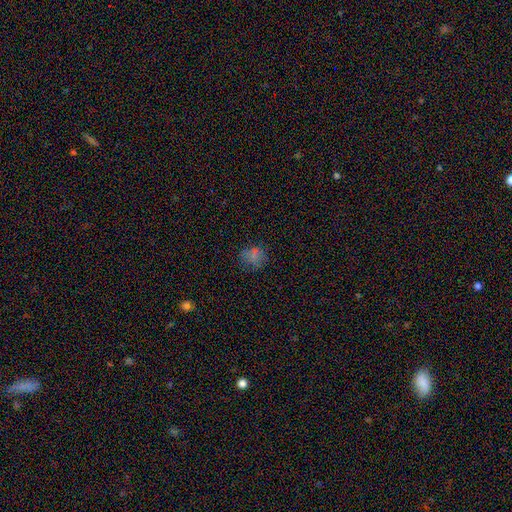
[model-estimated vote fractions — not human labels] Smooth or featured?
  - smooth: 64% *
  - star or artifact: 26%
  - featured or disk: 10%
How rounded?
  - round: 71% *
  - in between: 27%
  - cigar-shaped: 1%
Merging?
  - none: 75% *
  - minor disturbance: 16%
  - major disturbance: 6%
  - merger: 3%